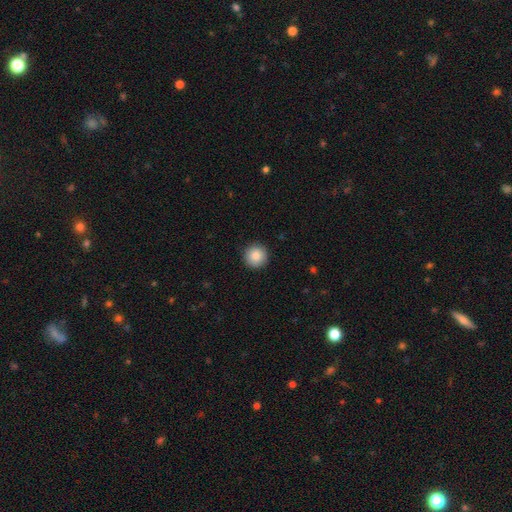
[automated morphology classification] Smooth or featured: smooth — 87% (star or artifact — 8%)
How rounded: round — 95% (in between — 4%)
Merging: none — 92% (minor disturbance — 5%)